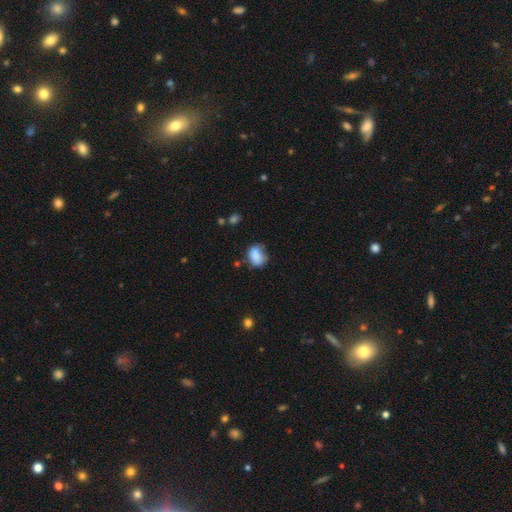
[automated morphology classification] type=smooth (82%); roundness=in between (59%); merging=none (51%).